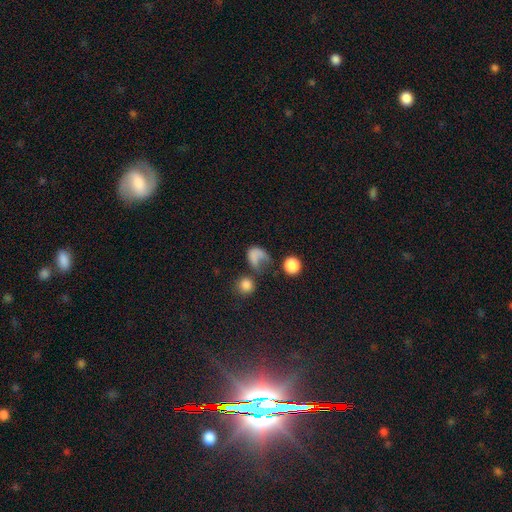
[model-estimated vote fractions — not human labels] This appears to be a smooth galaxy with no disk features (64%) that is in between round and cigar-shaped (54%). Merging: major disturbance (43%).